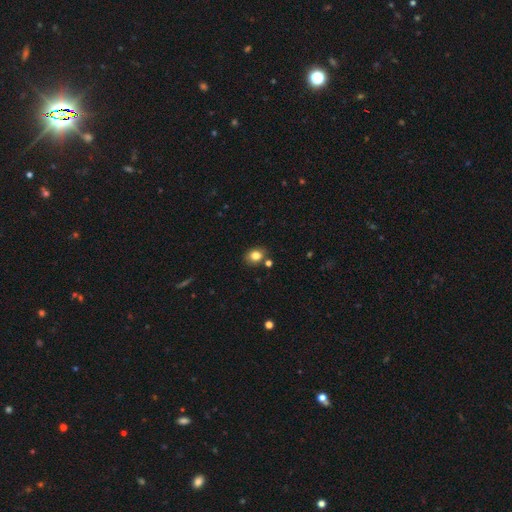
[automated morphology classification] This is clearly a smooth galaxy (82%). How rounded: possibly round (53%). Merging: likely none (77%).